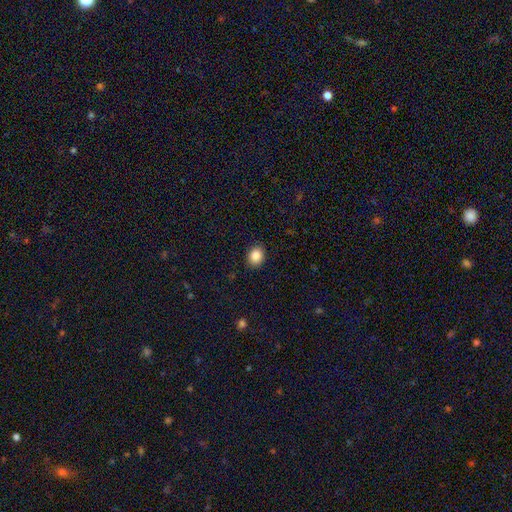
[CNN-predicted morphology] A smooth galaxy with no disk features (86%) that is round (55%). Merging: none (89%).